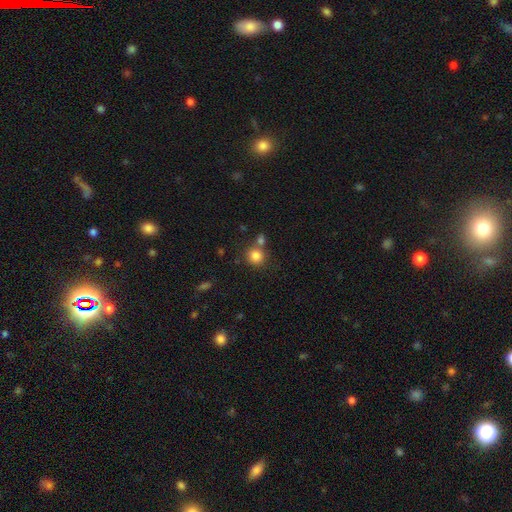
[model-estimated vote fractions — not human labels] The model was most divided on "merging": none: 65%, merger: 22%, minor disturbance: 9%, major disturbance: 4%. More confident: how rounded — round (89%); smooth or featured — smooth (83%).